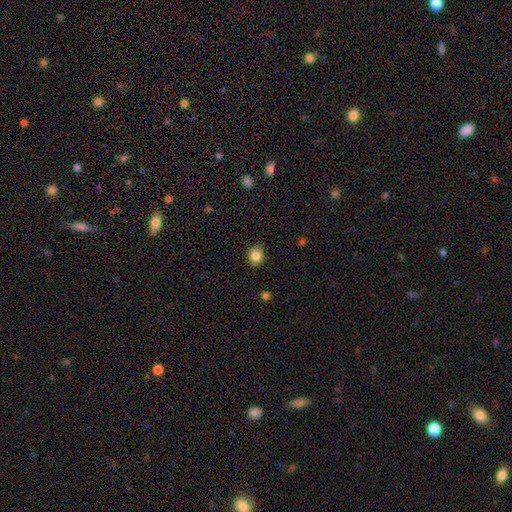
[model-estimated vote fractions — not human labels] smooth 84%, star or artifact 10%, featured or disk 6%. Down the decision tree: how rounded — round (70%); merging — none (89%).